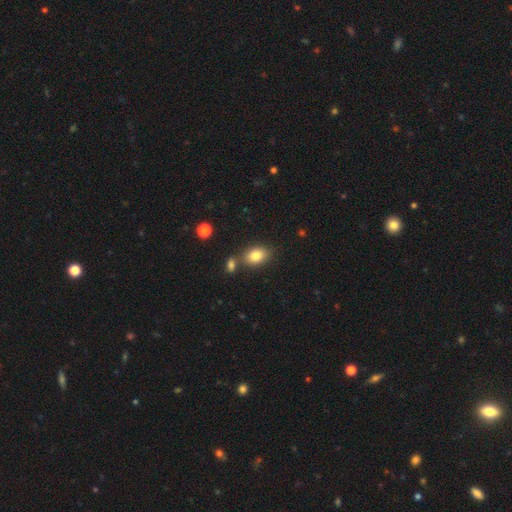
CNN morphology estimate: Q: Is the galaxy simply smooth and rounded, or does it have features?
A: smooth — 82%.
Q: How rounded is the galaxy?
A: in between — 79%.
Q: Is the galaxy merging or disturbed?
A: none — 68%.